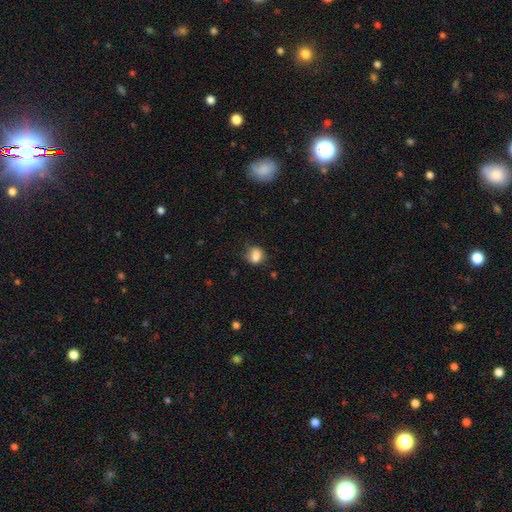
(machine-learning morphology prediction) smooth 81%, star or artifact 10%, featured or disk 9%. Down the decision tree: how rounded — in between (52%); merging — none (58%).